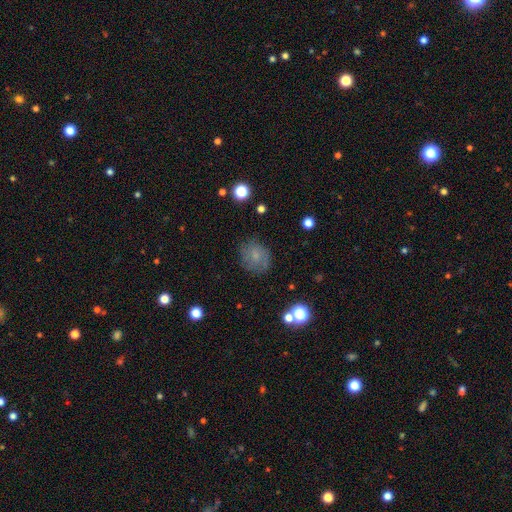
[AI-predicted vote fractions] smooth 61%, featured or disk 27%, star or artifact 13%. Down the decision tree: how rounded — round (70%); merging — none (74%).